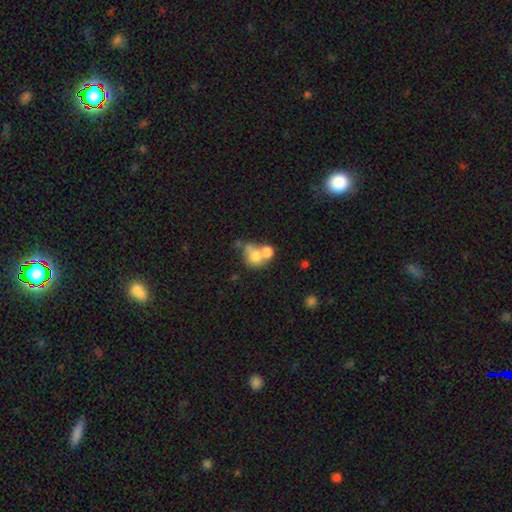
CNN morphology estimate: Smooth or featured? smooth (69%)
How rounded? round (60%)
Merging? merger (65%)